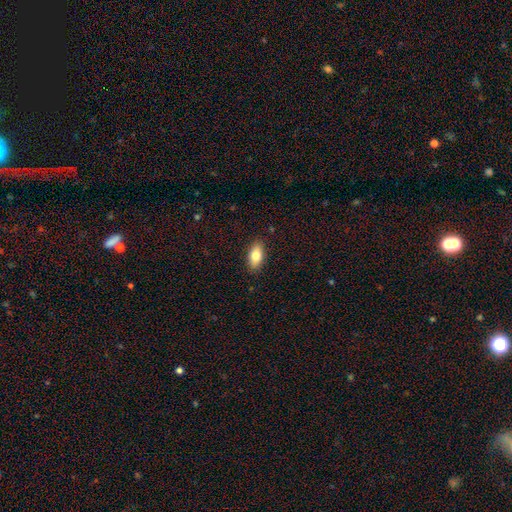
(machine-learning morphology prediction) Q: Smooth or featured?
A: smooth (79%); runner-up: featured or disk (14%)
Q: How rounded?
A: in between (87%); runner-up: cigar-shaped (9%)
Q: Merging?
A: none (88%); runner-up: minor disturbance (9%)